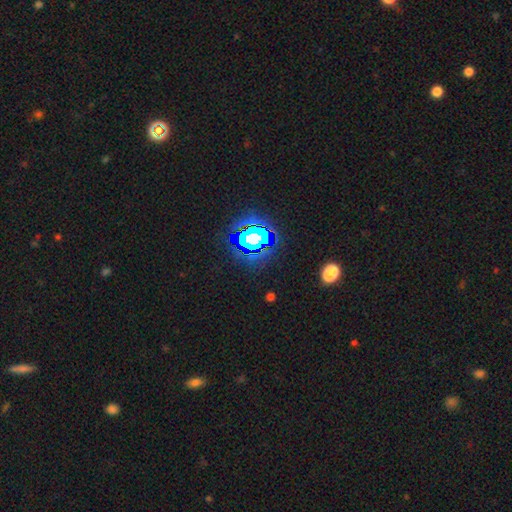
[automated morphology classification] A star or artifact, not a galaxy (80%).